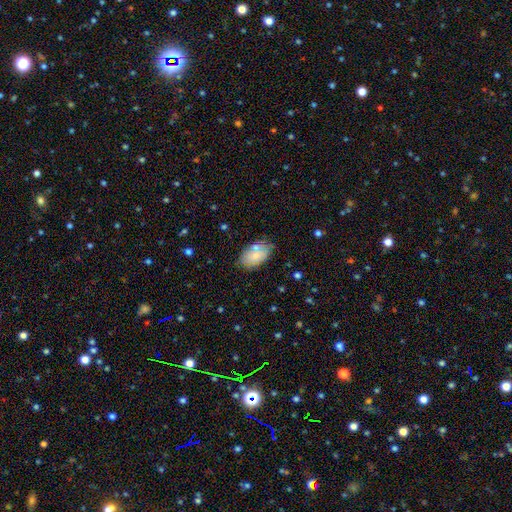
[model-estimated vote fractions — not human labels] Morphology: type=smooth (76%); roundness=in between (93%); merging=none (70%).